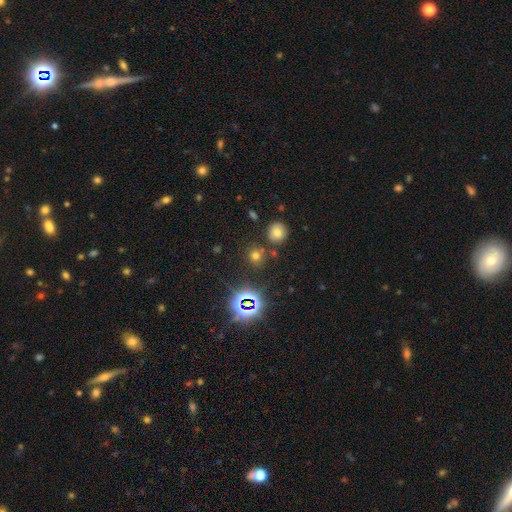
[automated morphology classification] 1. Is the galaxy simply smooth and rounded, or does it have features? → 60% smooth, 32% star or artifact, 8% featured or disk.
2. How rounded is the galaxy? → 85% round, 14% in between, 1% cigar-shaped.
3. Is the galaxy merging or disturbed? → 79% none, 9% merger, 9% minor disturbance, 4% major disturbance.